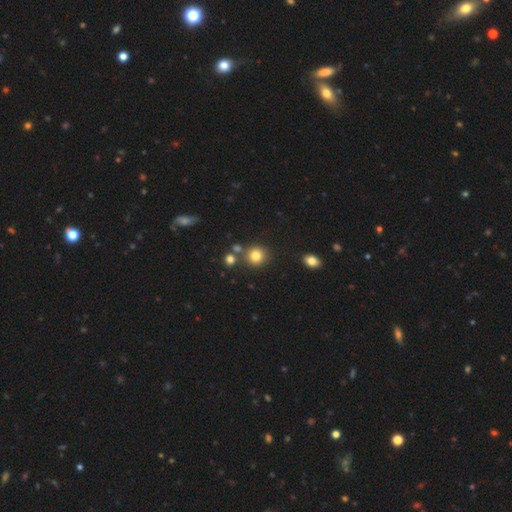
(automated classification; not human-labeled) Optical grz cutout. It shows a smooth galaxy with no disk features (80%) that is round (88%). Merging: none (76%).